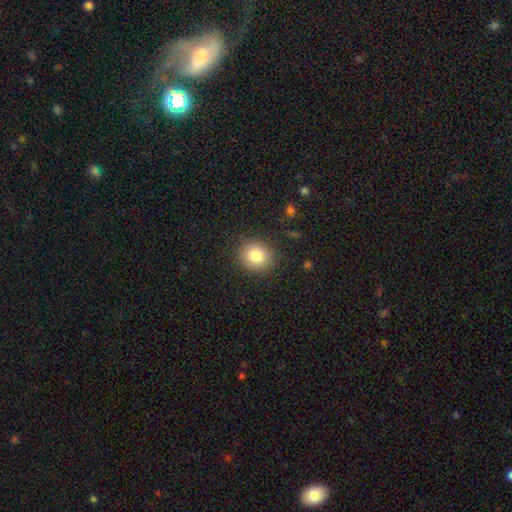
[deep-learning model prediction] Smooth or featured? Predicted: smooth (p=0.81). How rounded? Predicted: round (p=0.84). Merging? Predicted: none (p=0.88).